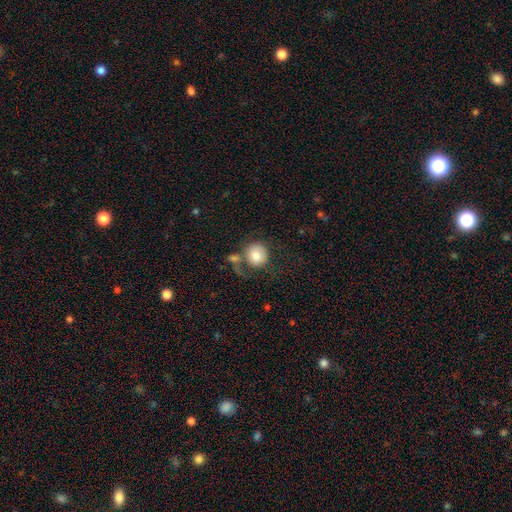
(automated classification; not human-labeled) smooth-or-featured: smooth: 79% | featured or disk: 14% | star or artifact: 7%
  how-rounded: round: 88% | in between: 11% | cigar-shaped: 1%
  merging: none: 45% | merger: 23% | major disturbance: 17% | minor disturbance: 15%